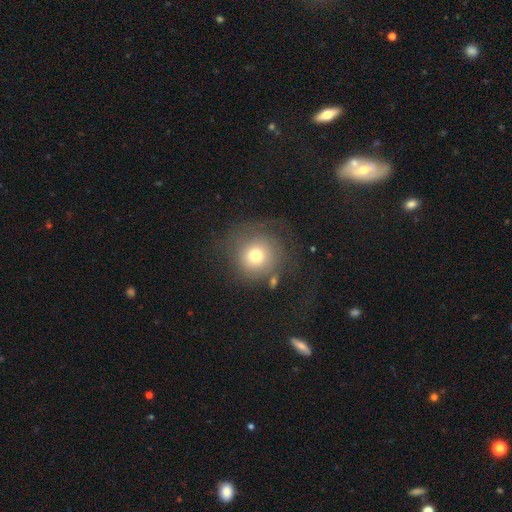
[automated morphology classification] A smooth galaxy with no disk features (66%) that is round (93%).

Vote fractions:
- Smooth or featured? smooth: 66% / featured or disk: 21% / star or artifact: 13%
- How rounded? round: 93% / in between: 7% / cigar-shaped: 1%
- Merging? none: 64% / minor disturbance: 16% / major disturbance: 16% / merger: 4%